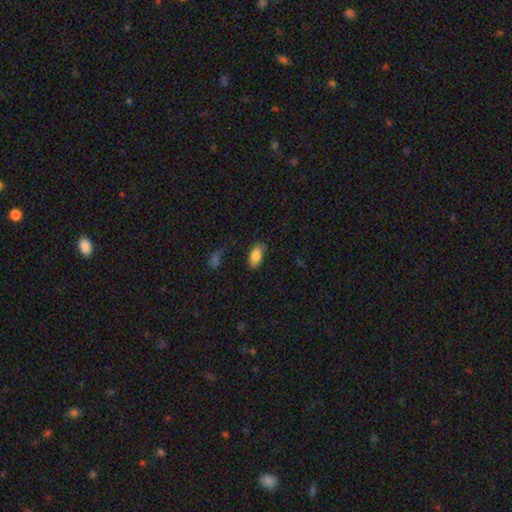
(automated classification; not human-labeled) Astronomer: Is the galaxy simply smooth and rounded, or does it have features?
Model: smooth — 81%.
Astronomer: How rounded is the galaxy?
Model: in between — 92%.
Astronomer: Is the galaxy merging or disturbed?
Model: none — 73%.